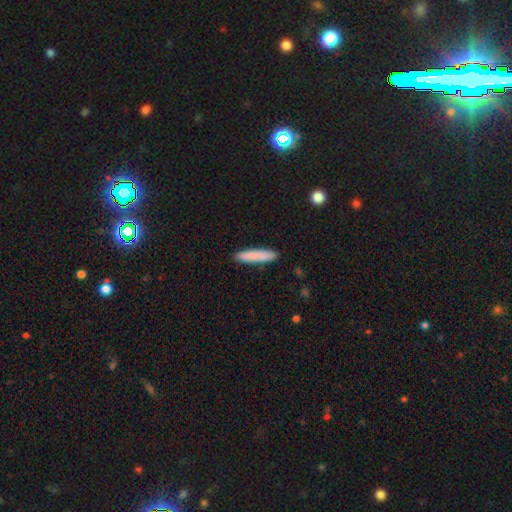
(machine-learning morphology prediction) Smooth or featured? Predicted: smooth (p=0.85). How rounded? Predicted: cigar-shaped (p=0.88). Merging? Predicted: none (p=0.89).